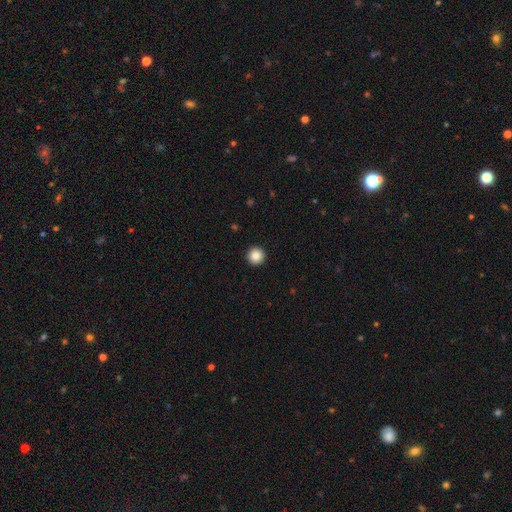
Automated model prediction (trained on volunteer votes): Morphology: type=smooth (87%); roundness=round (96%); merging=none (94%).